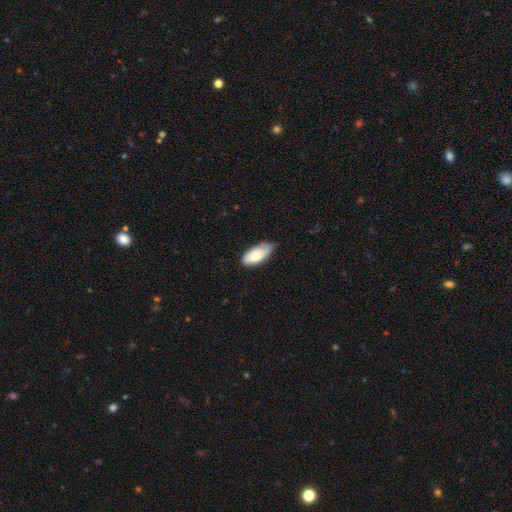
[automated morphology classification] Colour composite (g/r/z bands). It shows a smooth galaxy with no disk features (70%) that is in between round and cigar-shaped (91%). Merging: none (61%).